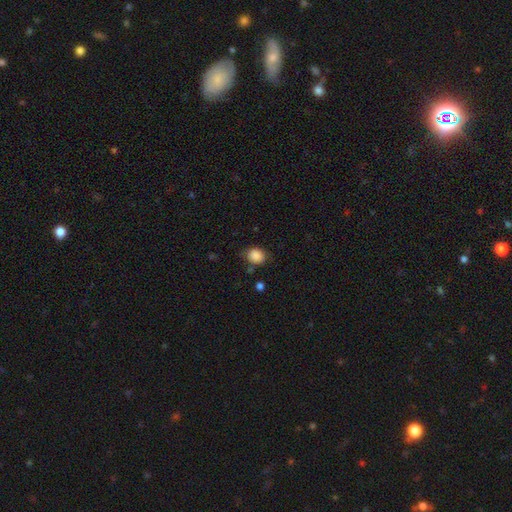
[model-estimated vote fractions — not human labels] Smooth or featured? Predicted: smooth (p=0.88). How rounded? Predicted: round (p=0.60). Merging? Predicted: none (p=0.77).